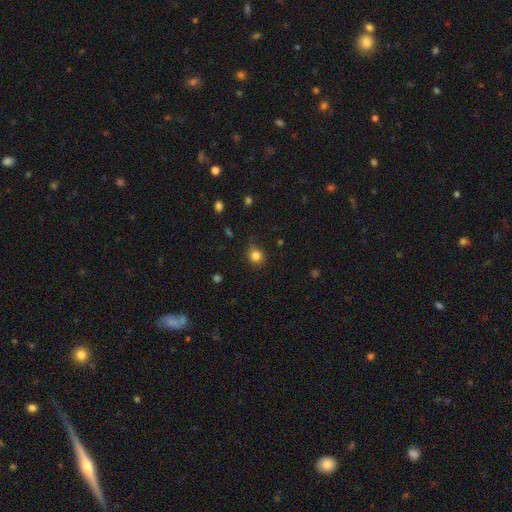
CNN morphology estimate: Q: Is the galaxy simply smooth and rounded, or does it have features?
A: smooth — 83%.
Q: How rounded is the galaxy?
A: round — 85%.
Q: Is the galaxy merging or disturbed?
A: none — 78%.